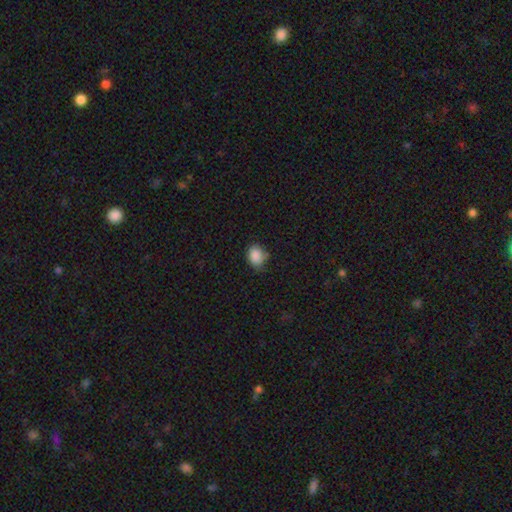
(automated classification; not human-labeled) Smooth or featured: smooth — 87% (star or artifact — 9%)
How rounded: in between — 58% (round — 42%)
Merging: none — 60% (minor disturbance — 31%)